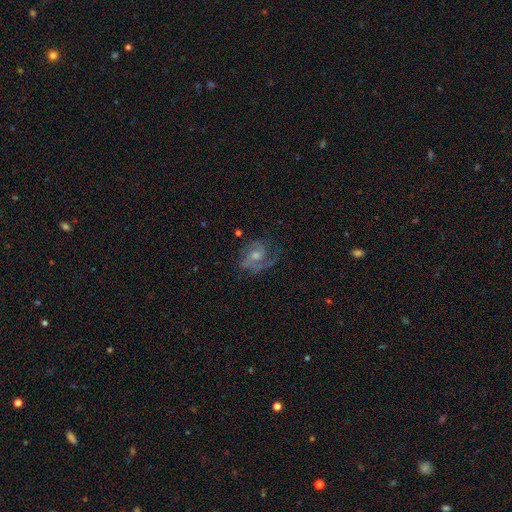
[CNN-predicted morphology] Smooth or featured?
  - featured or disk: 76% *
  - smooth: 14%
  - star or artifact: 11%
Edge-on disk?
  - no: 97% *
  - yes: 3%
Bar?
  - no: 60% *
  - weak: 33%
  - strong: 7%
Spiral arms?
  - yes: 90% *
  - no: 10%
Spiral winding?
  - medium: 47% *
  - tight: 32%
  - loose: 22%
Spiral arm count?
  - 2: 49% *
  - 1: 23%
  - can't tell: 16%
  - 3: 7%
  - 4: 2%
  - more than 4: 2%
Bulge size?
  - moderate: 54% *
  - small: 36%
  - large: 5%
  - none: 4%
  - dominant: 1%
Merging?
  - none: 63% *
  - minor disturbance: 18%
  - major disturbance: 17%
  - merger: 2%